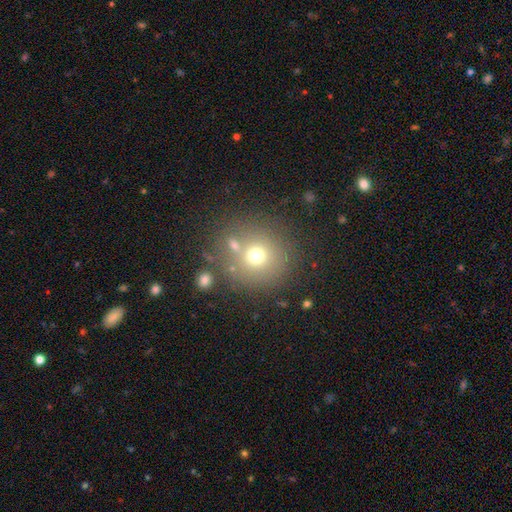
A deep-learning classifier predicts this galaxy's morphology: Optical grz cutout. It shows a smooth galaxy with no disk features (69%) that is round (90%). Merging: none (69%).